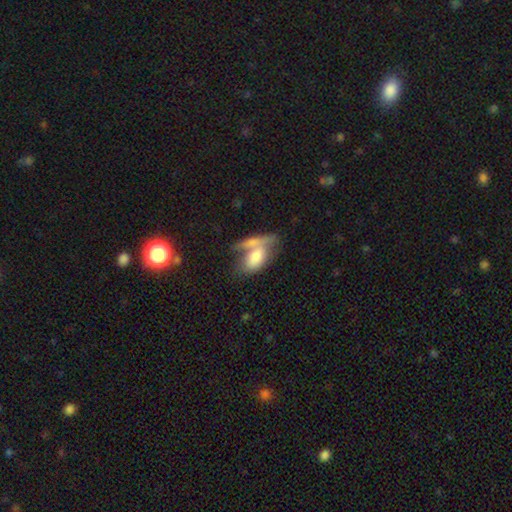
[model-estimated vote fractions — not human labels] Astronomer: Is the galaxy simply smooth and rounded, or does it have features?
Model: smooth — 69%.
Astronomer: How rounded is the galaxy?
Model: in between — 86%.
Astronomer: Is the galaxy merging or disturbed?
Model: merger — 45% (runner-up: none, 29%).